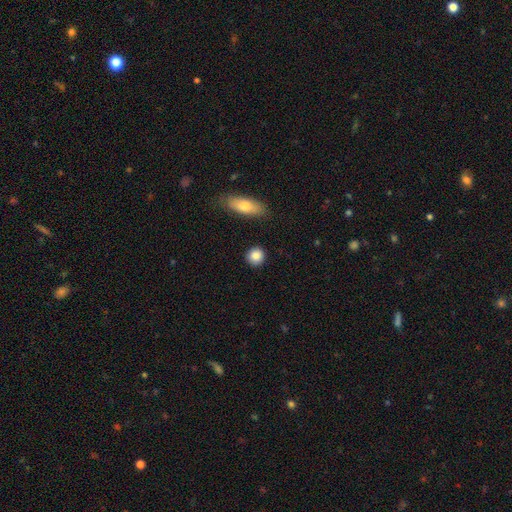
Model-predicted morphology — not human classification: The model was most divided on "how rounded": round: 88%, in between: 10%, cigar-shaped: 2%. More confident: merging — none (89%); smooth or featured — smooth (86%).